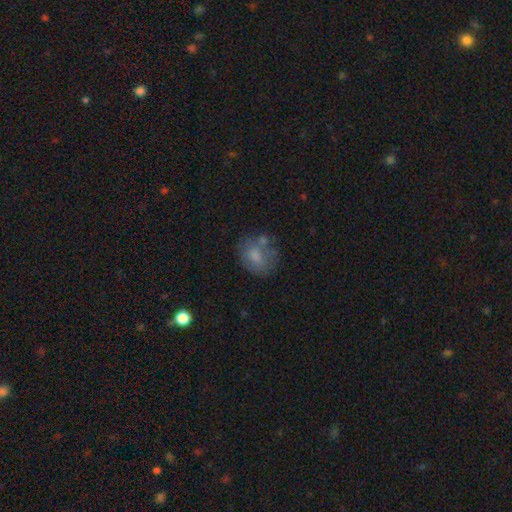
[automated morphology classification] This is likely a smooth galaxy (66%). How rounded: possibly round (51%). Merging: possibly none (51%).